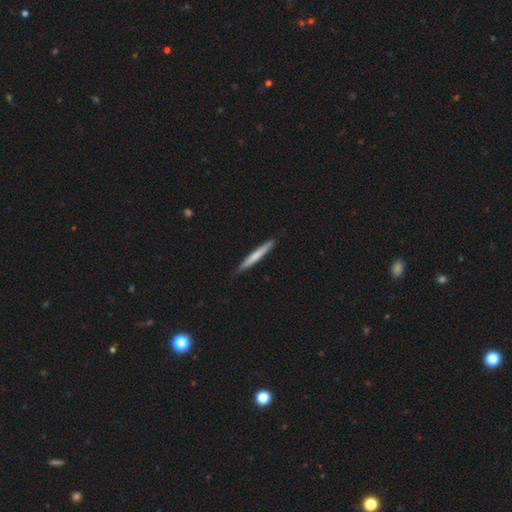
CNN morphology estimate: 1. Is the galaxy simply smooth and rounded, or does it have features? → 70% smooth, 25% featured or disk, 5% star or artifact.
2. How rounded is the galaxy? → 97% cigar-shaped, 2% in between, 1% round.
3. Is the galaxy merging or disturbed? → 90% none, 8% minor disturbance, 1% major disturbance, 1% merger.